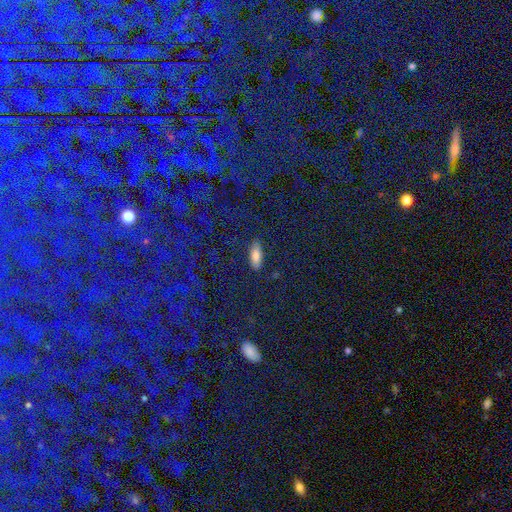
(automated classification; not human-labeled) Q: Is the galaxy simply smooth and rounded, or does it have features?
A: smooth — 79%.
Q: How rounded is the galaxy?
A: in between — 75%.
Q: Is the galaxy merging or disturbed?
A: none — 87%.